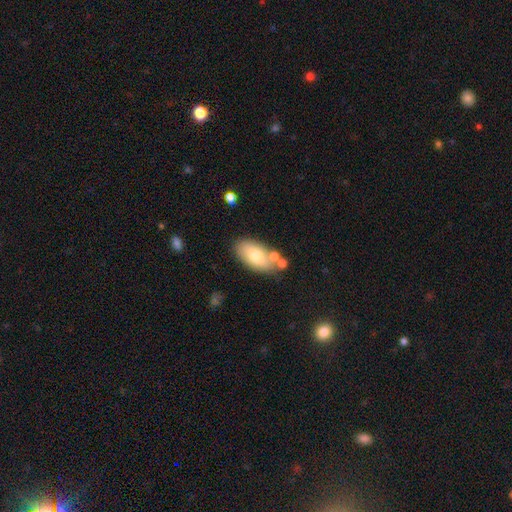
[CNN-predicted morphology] smooth-or-featured: smooth: 71% | featured or disk: 22% | star or artifact: 7%
  how-rounded: in between: 93% | round: 4% | cigar-shaped: 3%
  merging: none: 70% | minor disturbance: 15% | merger: 12% | major disturbance: 4%